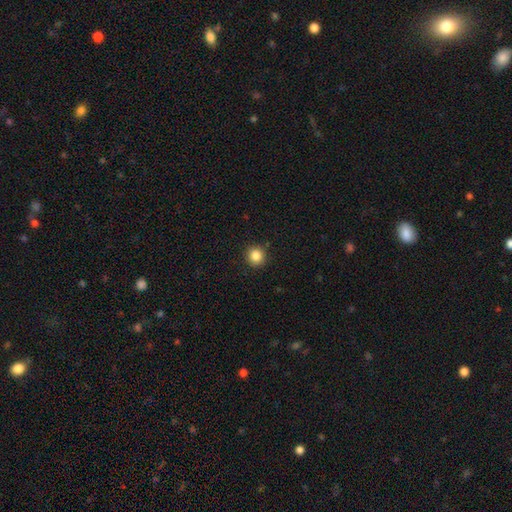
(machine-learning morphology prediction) smooth_or_featured: smooth (p=0.85) [alt: star or artifact p=0.11]
how_rounded: round (p=0.93) [alt: in between p=0.06]
merging: none (p=0.91) [alt: minor disturbance p=0.06]